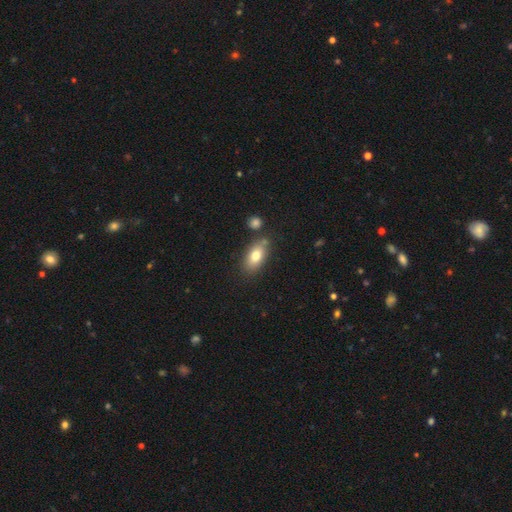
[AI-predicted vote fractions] smooth 76%, featured or disk 16%, star or artifact 8%. Down the decision tree: how rounded — in between (87%); merging — none (72%).